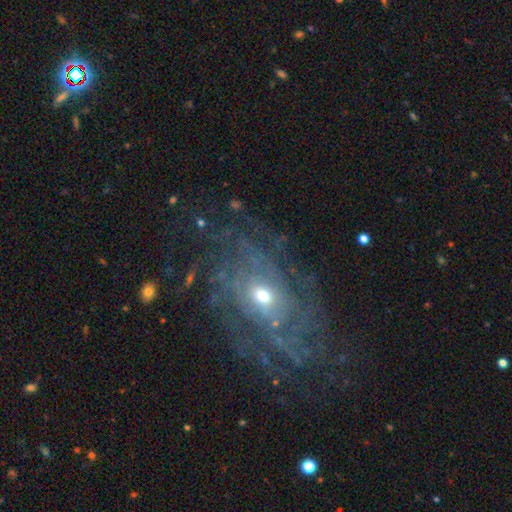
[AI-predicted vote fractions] Smooth or featured: featured or disk — 83% (star or artifact — 10%)
Edge-on disk: no — 95% (yes — 5%)
Bar: no — 71% (weak — 23%)
Spiral arms: yes — 91% (no — 9%)
Spiral winding: tight — 59% (medium — 29%)
Spiral arm count: can't tell — 42% (more than 4 — 18%)
Bulge size: moderate — 51% (small — 44%)
Merging: none — 74% (minor disturbance — 15%)